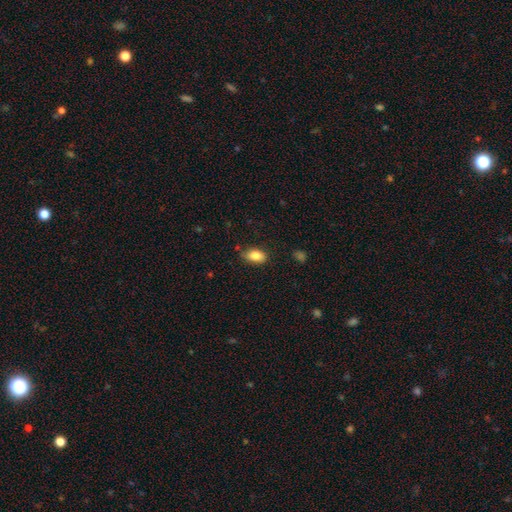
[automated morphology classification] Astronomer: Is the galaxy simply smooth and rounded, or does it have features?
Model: smooth — 84%.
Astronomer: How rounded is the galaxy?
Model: in between — 90%.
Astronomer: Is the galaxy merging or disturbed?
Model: none — 77%.